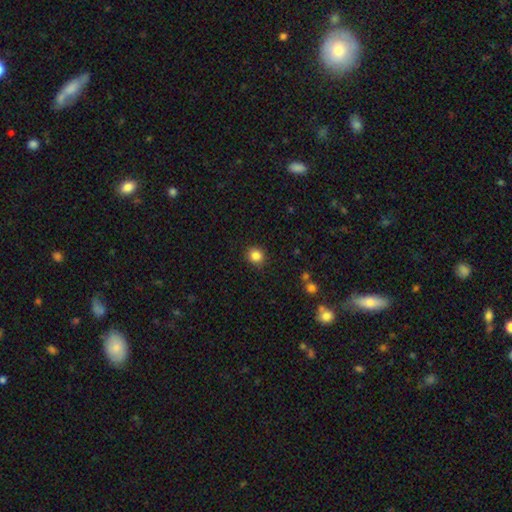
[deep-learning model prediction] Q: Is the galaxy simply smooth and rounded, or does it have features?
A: smooth — 85%.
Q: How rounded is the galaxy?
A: round — 87%.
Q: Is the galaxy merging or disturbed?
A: none — 89%.